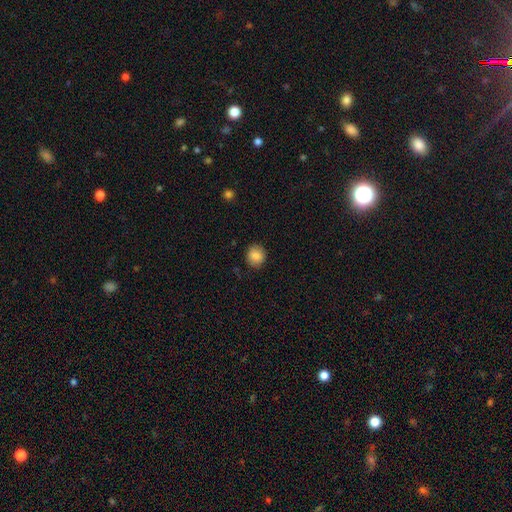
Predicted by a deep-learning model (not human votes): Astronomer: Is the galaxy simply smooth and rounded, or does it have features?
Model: smooth — 86%.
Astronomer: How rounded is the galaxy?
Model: round — 86%.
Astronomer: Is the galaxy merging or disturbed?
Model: none — 89%.